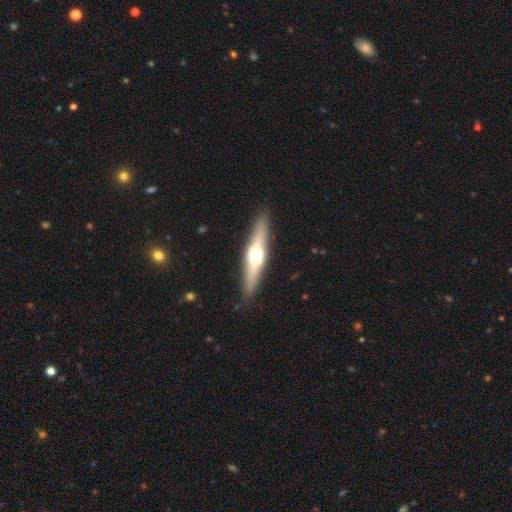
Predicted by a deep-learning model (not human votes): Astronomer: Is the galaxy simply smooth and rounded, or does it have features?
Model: featured or disk — 59% (runner-up: smooth, 36%).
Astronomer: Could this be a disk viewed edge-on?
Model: yes — 93%.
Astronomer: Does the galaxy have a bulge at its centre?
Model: rounded — 93%.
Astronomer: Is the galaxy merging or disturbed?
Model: none — 90%.